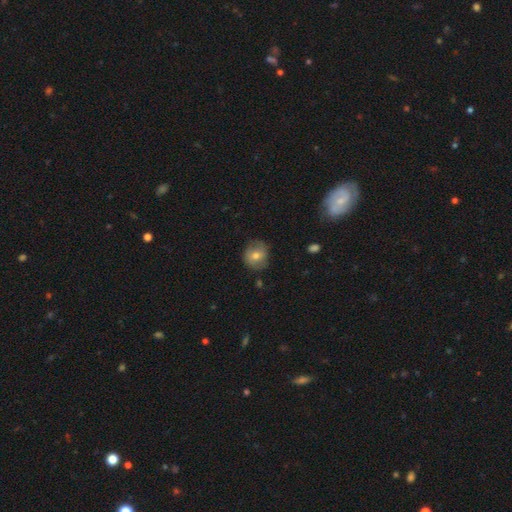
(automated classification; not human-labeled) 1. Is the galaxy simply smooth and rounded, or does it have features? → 67% smooth, 24% featured or disk, 10% star or artifact.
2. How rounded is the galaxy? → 83% round, 16% in between, 1% cigar-shaped.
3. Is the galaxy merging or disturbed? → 77% none, 17% minor disturbance, 4% major disturbance, 1% merger.